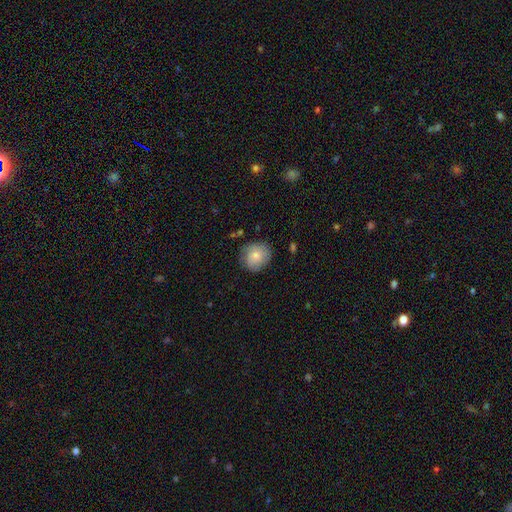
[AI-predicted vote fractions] Smooth or featured? smooth (75%)
How rounded? round (82%)
Merging? none (73%)